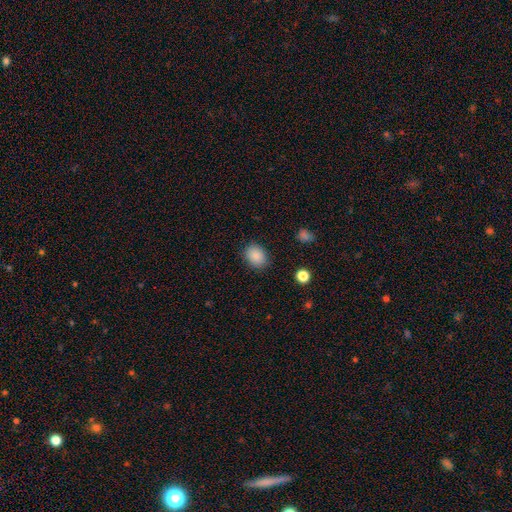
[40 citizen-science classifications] Volunteers were most divided on "how rounded": in between: 64%, round: 36%, cigar-shaped: 0%. More confident: smooth or featured — smooth (90%); merging — none (78%).